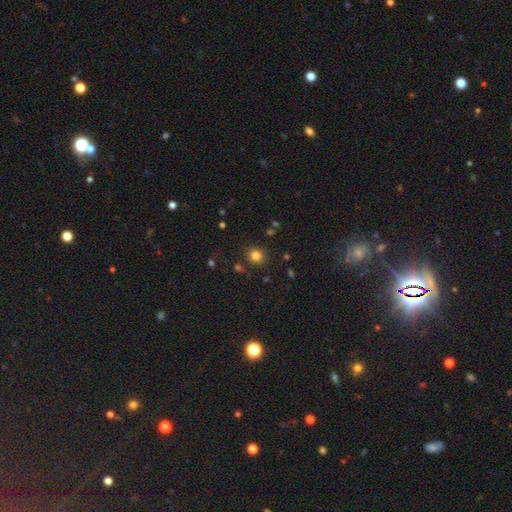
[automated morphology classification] Q: Smooth or featured?
A: smooth (80%); runner-up: star or artifact (14%)
Q: How rounded?
A: round (85%); runner-up: in between (14%)
Q: Merging?
A: none (87%); runner-up: minor disturbance (8%)